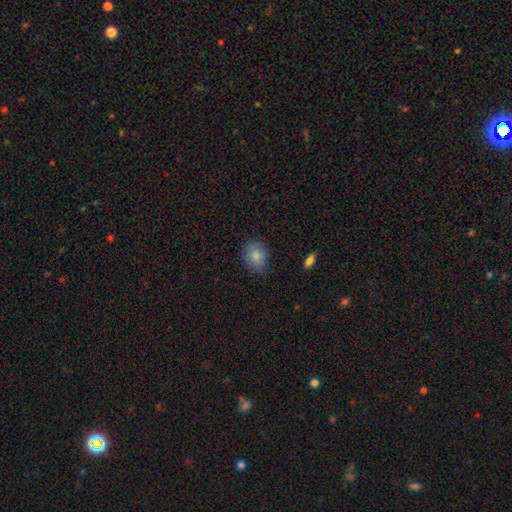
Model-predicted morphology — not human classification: Overall: smooth (84%). How rounded: in between (57%; round 42%). Merging: none (81%).